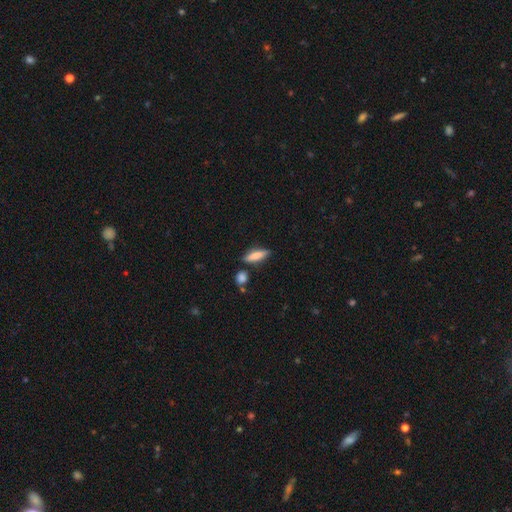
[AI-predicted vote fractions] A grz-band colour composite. It shows a smooth galaxy with no disk features (76%) that is cigar-shaped (62%). Merging: none (79%).